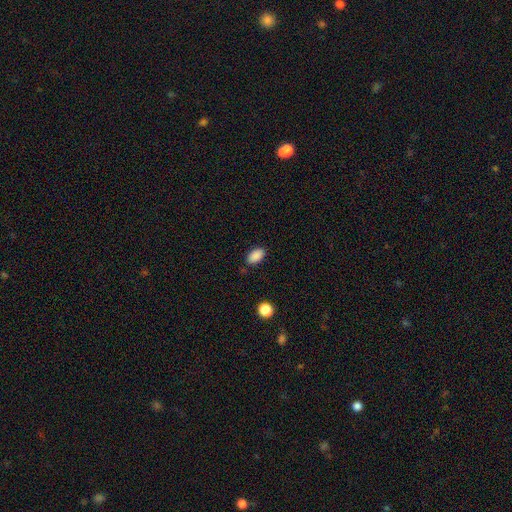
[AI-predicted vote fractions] Overall: smooth (88%). How rounded: in between (92%). Merging: none (84%).